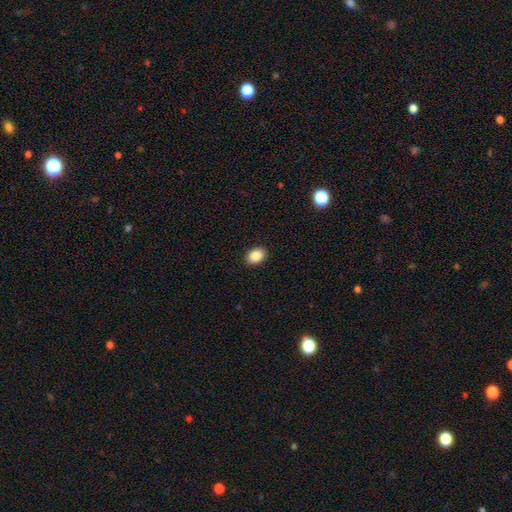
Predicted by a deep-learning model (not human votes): A smooth galaxy with no disk features (88%) that is in between round and cigar-shaped (67%).

Vote fractions:
- Smooth or featured? smooth: 88% / star or artifact: 8% / featured or disk: 4%
- How rounded? in between: 67% / round: 32% / cigar-shaped: 1%
- Merging? none: 91% / minor disturbance: 7% / major disturbance: 2% / merger: 1%